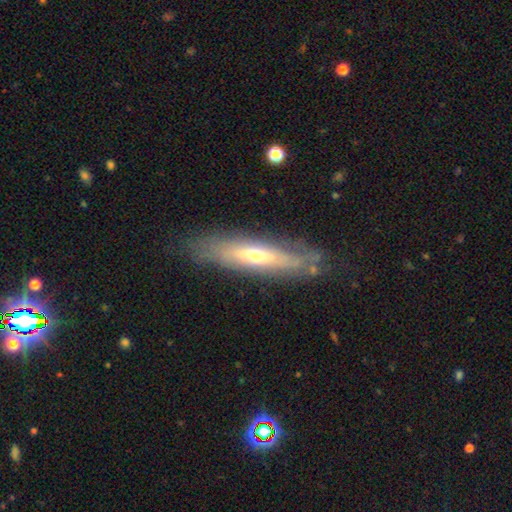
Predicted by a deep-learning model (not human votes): Morphology: type=featured or disk (64%); edge-on=yes (61%); merging=none (76%).